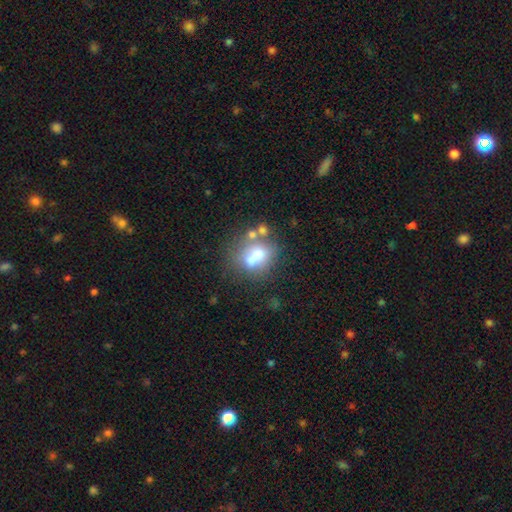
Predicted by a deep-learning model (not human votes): Morphology: type=smooth (58%); roundness=round (53%); merging=none (37%).